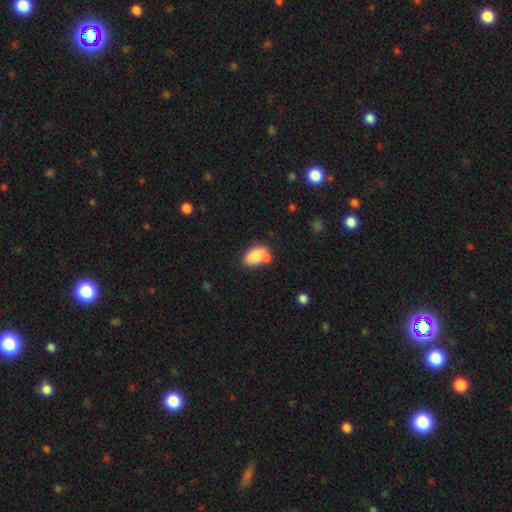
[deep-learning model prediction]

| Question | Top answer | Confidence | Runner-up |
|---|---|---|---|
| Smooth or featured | smooth | 79% | featured or disk (13%) |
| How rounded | in between | 89% | round (9%) |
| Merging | none | 44% | merger (33%) |